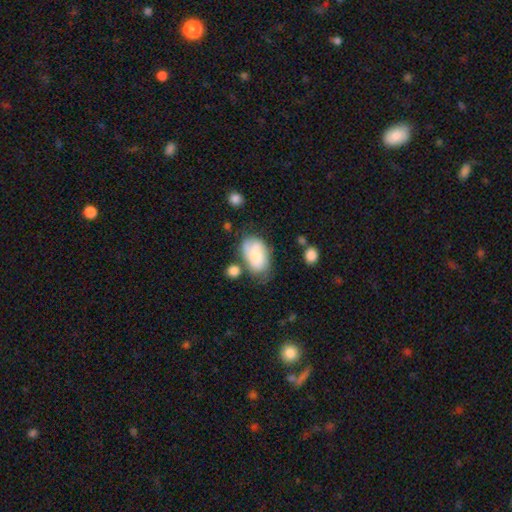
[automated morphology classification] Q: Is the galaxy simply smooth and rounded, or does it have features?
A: smooth — 54%.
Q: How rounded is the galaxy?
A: in between — 88%.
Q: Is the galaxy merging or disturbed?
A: none — 52%.